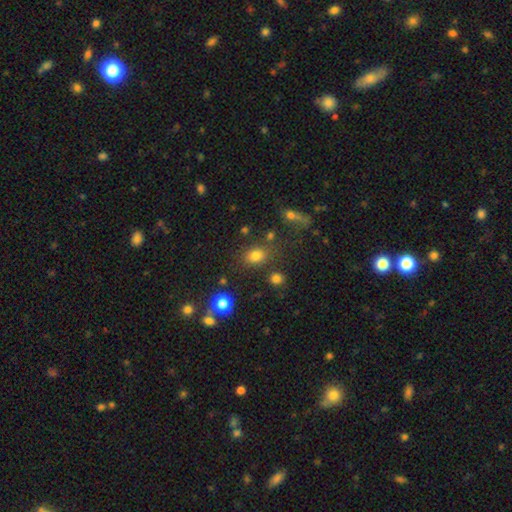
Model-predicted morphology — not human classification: Q: Smooth or featured?
A: smooth (78%); runner-up: star or artifact (15%)
Q: How rounded?
A: in between (54%); runner-up: round (44%)
Q: Merging?
A: none (74%); runner-up: minor disturbance (12%)